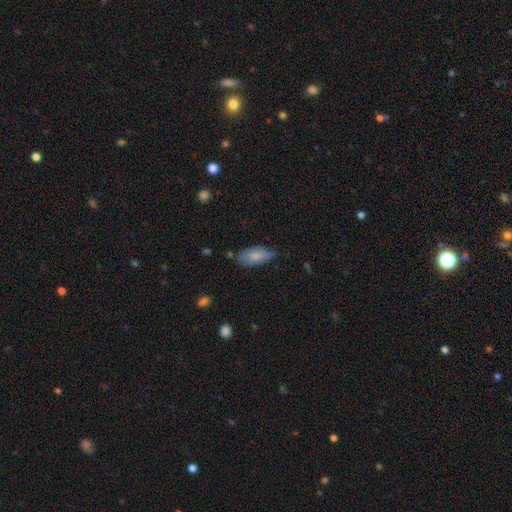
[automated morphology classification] type=smooth (76%); roundness=in between (88%); merging=none (61%).